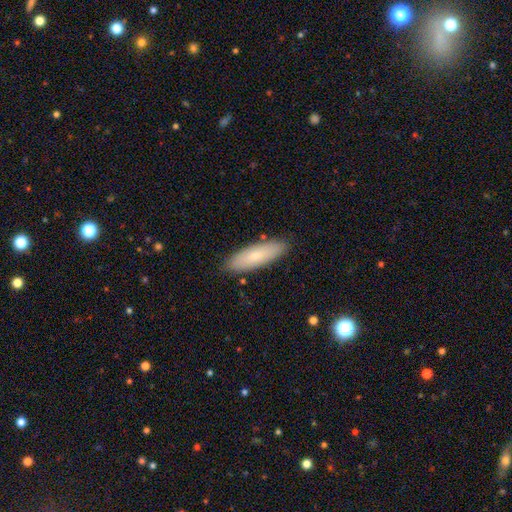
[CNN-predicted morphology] Smooth or featured: smooth — 74% (featured or disk — 20%)
How rounded: cigar-shaped — 50% (in between — 49%)
Merging: none — 88% (minor disturbance — 9%)